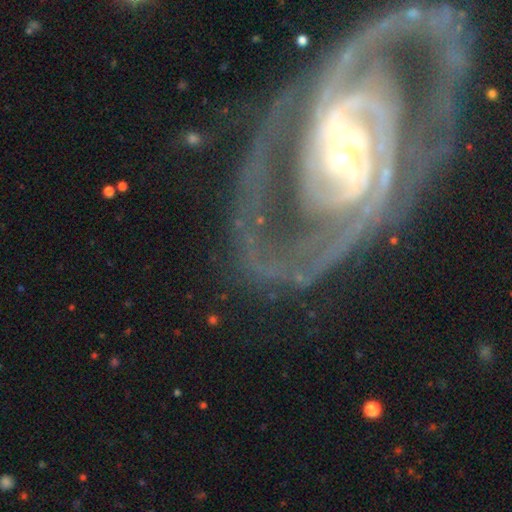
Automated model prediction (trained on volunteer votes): Smooth or featured: featured or disk — 86% (star or artifact — 7%)
Edge-on disk: no — 95% (yes — 5%)
Bar: strong — 40% (weak — 34%)
Spiral arms: yes — 91% (no — 9%)
Spiral winding: tight — 55% (medium — 33%)
Spiral arm count: 2 — 49% (can't tell — 19%)
Bulge size: moderate — 45% (small — 42%)
Merging: none — 62% (major disturbance — 19%)